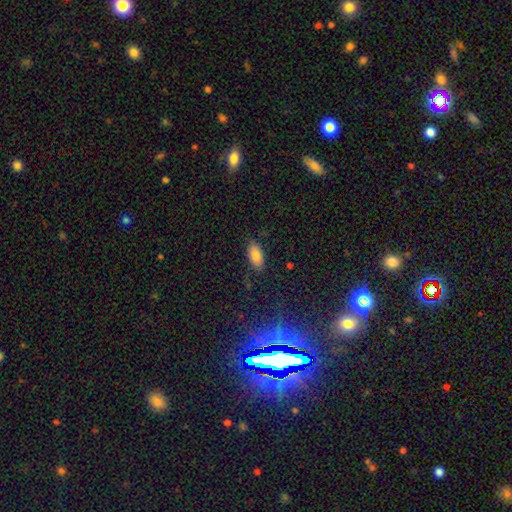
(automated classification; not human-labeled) The model was most divided on "merging": none: 81%, minor disturbance: 15%, major disturbance: 3%, merger: 1%. More confident: how rounded — in between (91%); smooth or featured — smooth (85%).